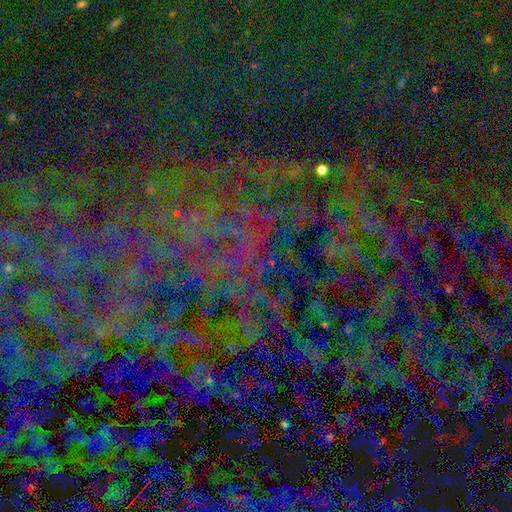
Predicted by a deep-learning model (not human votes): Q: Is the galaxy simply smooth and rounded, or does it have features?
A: star or artifact — 81%.